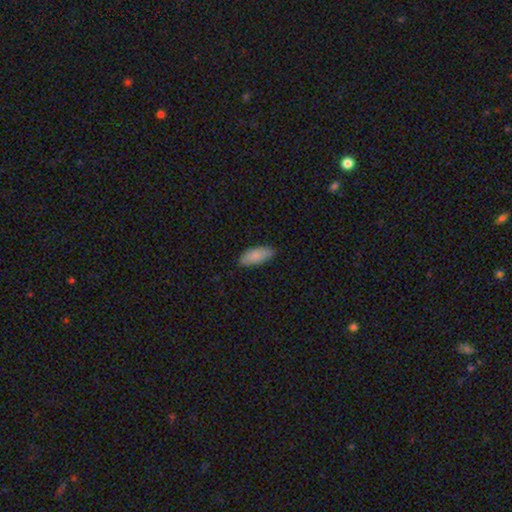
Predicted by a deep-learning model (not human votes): Overall: smooth (87%). How rounded: in between (84%). Merging: none (82%).